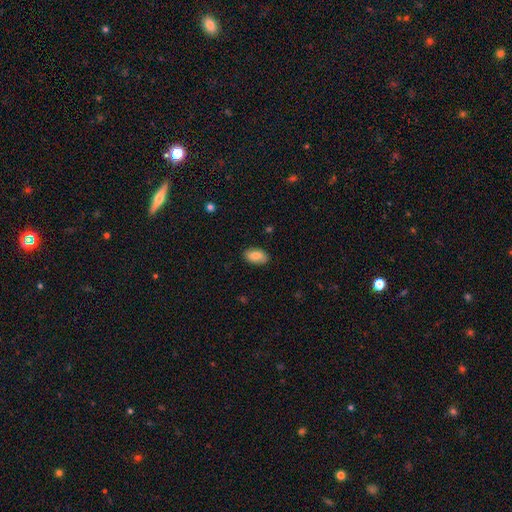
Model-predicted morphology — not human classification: This appears to be a smooth galaxy with no disk features (79%) that is in between round and cigar-shaped (93%). Merging: none (85%).